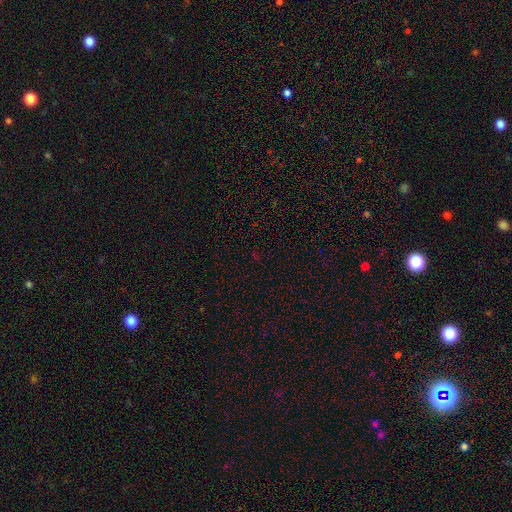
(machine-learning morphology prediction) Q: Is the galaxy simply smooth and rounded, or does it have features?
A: star or artifact — 72%.